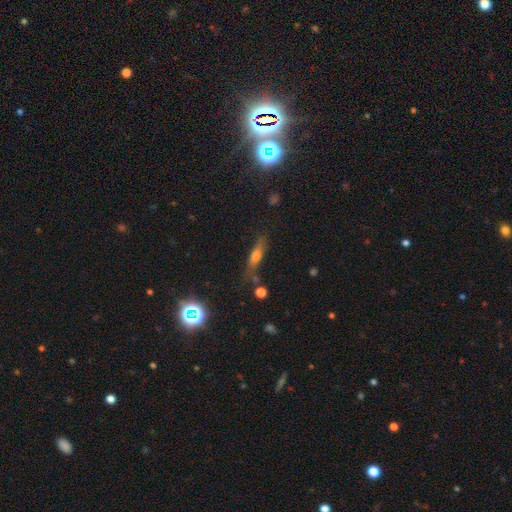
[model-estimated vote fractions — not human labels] Q: Smooth or featured?
A: smooth (49%); runner-up: featured or disk (32%)
Q: Merging?
A: none (67%); runner-up: minor disturbance (20%)